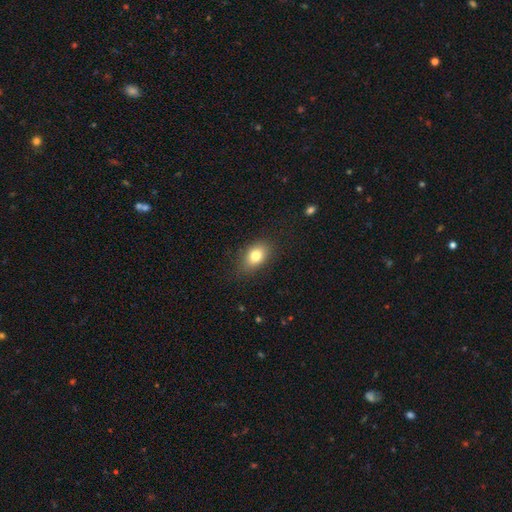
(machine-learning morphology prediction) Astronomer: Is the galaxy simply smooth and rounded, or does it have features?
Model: smooth — 79%.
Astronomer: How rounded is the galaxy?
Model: in between — 79%.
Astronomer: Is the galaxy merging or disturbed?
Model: none — 84%.